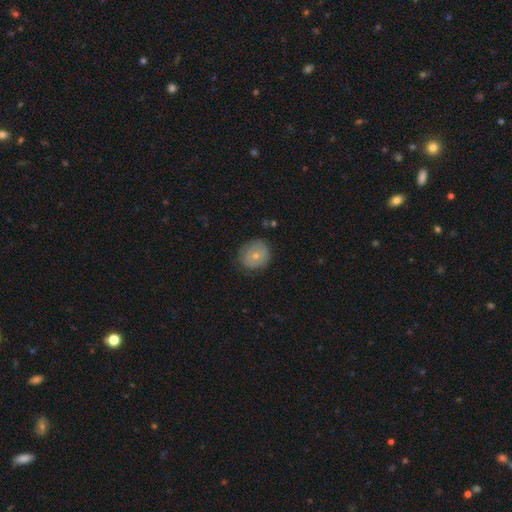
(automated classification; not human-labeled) Morphology: type=smooth (62%); roundness=round (80%); merging=none (75%).